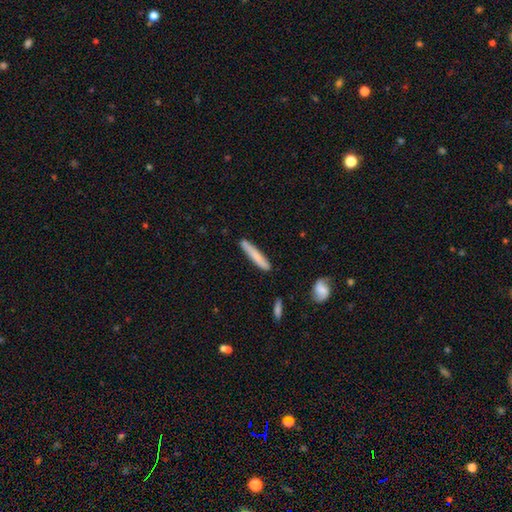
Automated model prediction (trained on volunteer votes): smooth_or_featured: smooth (p=0.73) [alt: featured or disk p=0.21]
how_rounded: cigar-shaped (p=0.94) [alt: in between p=0.05]
merging: none (p=0.85) [alt: minor disturbance p=0.11]